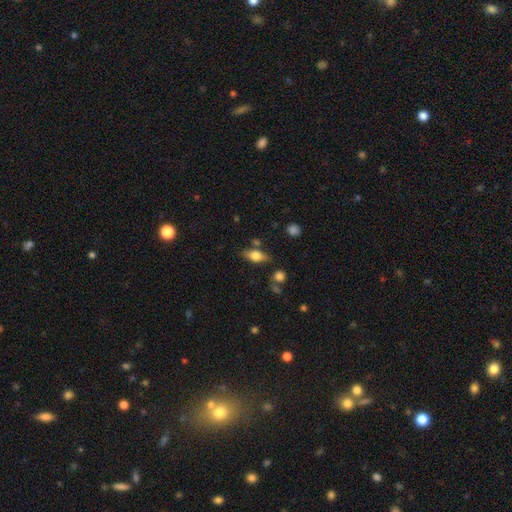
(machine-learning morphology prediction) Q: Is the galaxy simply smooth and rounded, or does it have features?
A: smooth — 66%.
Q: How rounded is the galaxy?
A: in between — 79%.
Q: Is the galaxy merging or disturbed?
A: none — 73%.